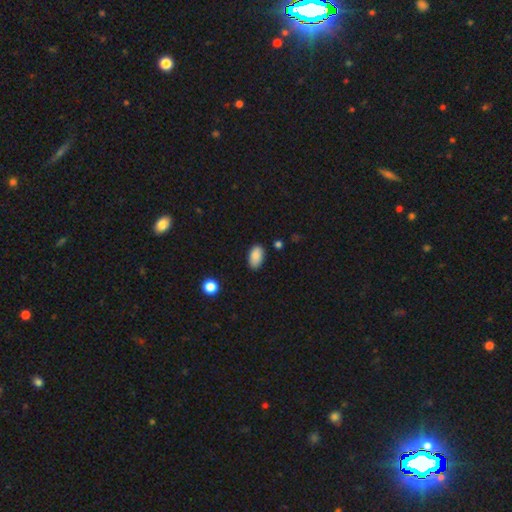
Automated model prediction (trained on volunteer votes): smooth-or-featured: smooth: 86% | star or artifact: 8% | featured or disk: 6%
  how-rounded: in between: 94% | round: 4% | cigar-shaped: 2%
  merging: none: 82% | minor disturbance: 13% | major disturbance: 3% | merger: 2%